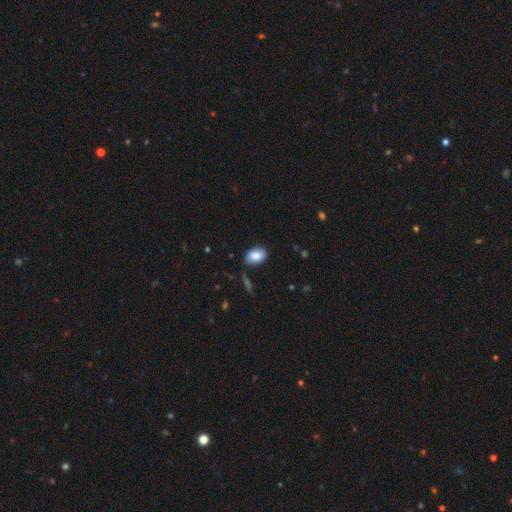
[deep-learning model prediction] This is clearly a smooth galaxy (83%). How rounded: clearly in between (83%). Merging: likely none (72%).